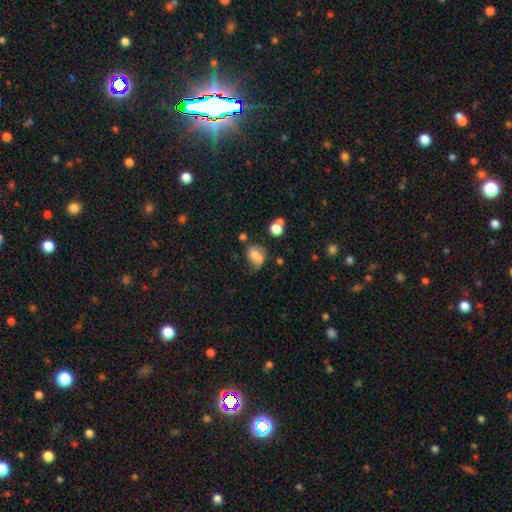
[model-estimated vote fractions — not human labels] A smooth galaxy with no disk features (64%) that is in between round and cigar-shaped (67%). Merging: none (39%).